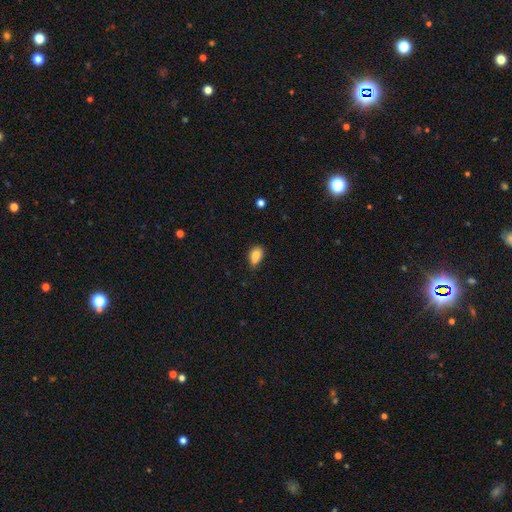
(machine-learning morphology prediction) Smooth or featured? smooth (85%)
How rounded? in between (87%)
Merging? none (63%)